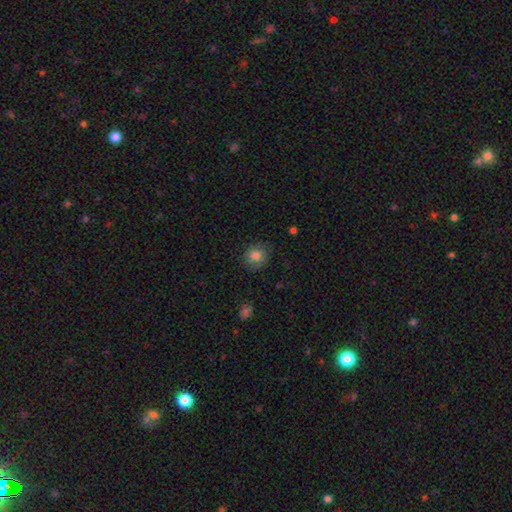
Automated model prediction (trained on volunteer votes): Smooth or featured? smooth (82%)
How rounded? round (82%)
Merging? none (81%)